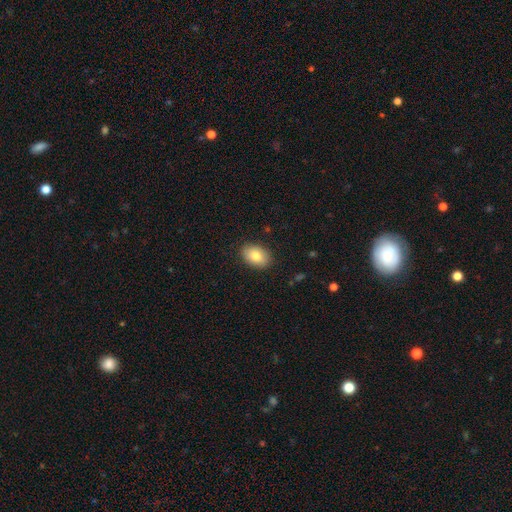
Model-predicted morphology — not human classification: This appears to be a smooth galaxy with no disk features (83%) that is in between round and cigar-shaped (84%). Merging: none (88%).